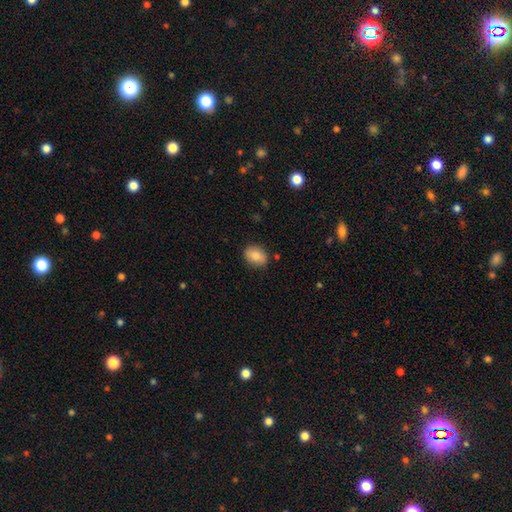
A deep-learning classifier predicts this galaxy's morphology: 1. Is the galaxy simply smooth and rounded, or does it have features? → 82% smooth, 11% featured or disk, 8% star or artifact.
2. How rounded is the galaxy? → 62% in between, 37% round, 1% cigar-shaped.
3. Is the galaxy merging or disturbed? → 84% none, 12% minor disturbance, 3% major disturbance, 2% merger.